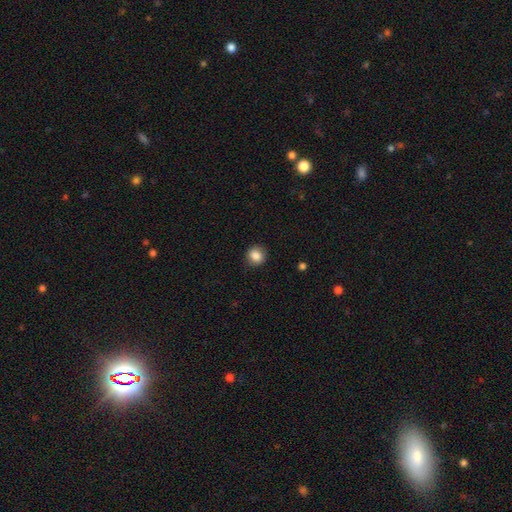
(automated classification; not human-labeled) This is clearly a smooth galaxy (86%). How rounded: clearly round (83%). Merging: clearly none (87%).